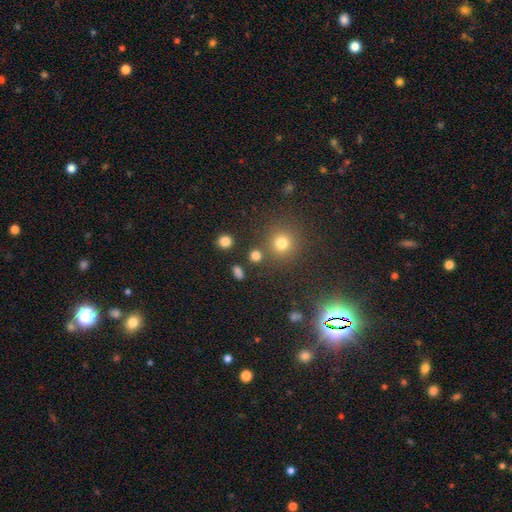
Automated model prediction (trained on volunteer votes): This is likely a smooth galaxy (76%). How rounded: clearly round (80%). Merging: clearly none (81%).